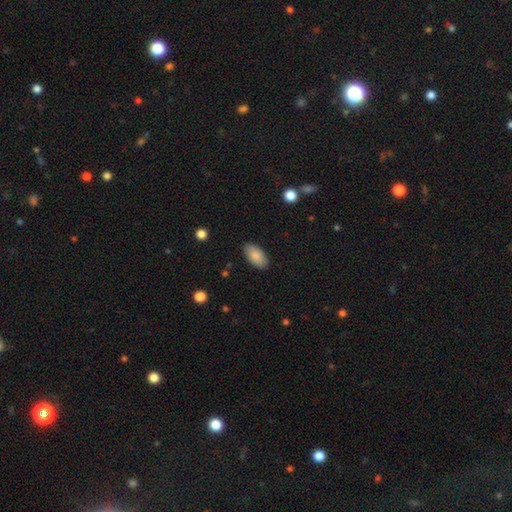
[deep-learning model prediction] This appears to be a smooth galaxy with no disk features (88%) that is in between round and cigar-shaped (95%). Merging: none (88%).